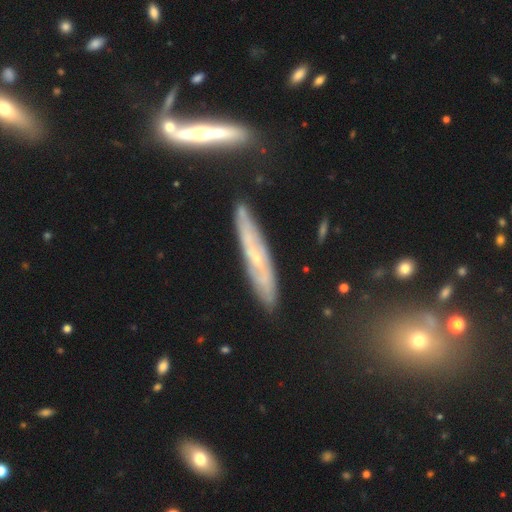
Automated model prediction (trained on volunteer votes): This is likely a featured or disk galaxy (68%). It is possibly viewed edge-on (56%). Merging: likely none (77%).